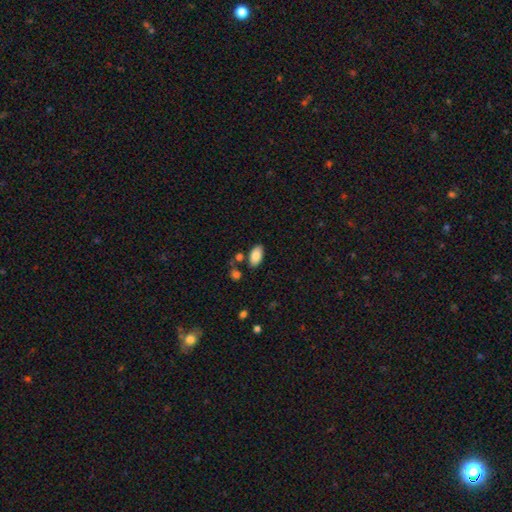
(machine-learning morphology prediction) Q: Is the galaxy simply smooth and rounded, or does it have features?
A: smooth — 86%.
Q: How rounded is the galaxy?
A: in between — 94%.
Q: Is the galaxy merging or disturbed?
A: none — 79%.